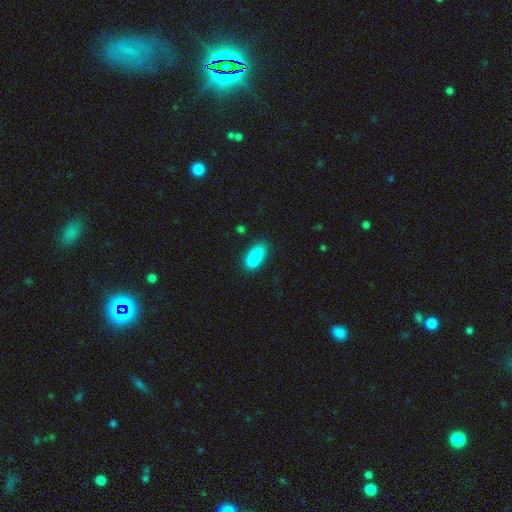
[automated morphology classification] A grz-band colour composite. It shows a smooth galaxy with no disk features (71%) that is in between round and cigar-shaped (79%). Merging: merger (47%).